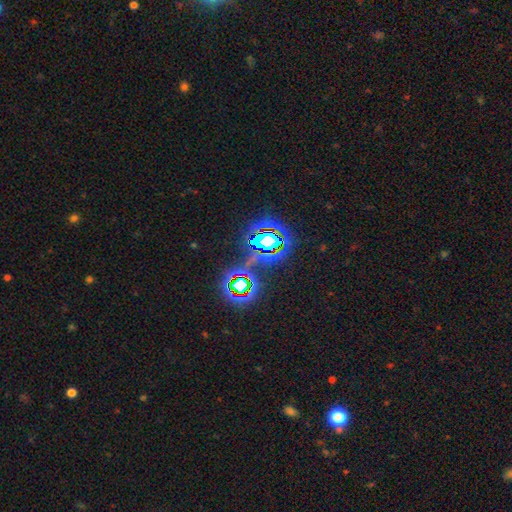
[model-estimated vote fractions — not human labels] Smooth or featured?
  - star or artifact: 73% *
  - smooth: 16%
  - featured or disk: 11%